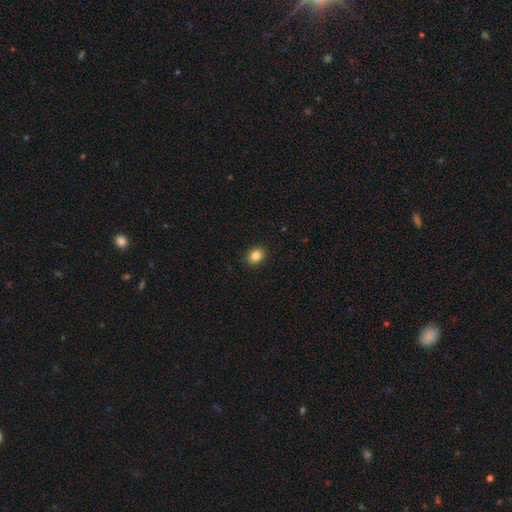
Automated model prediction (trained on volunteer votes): smooth_or_featured: smooth (p=0.85) [alt: star or artifact p=0.10]
how_rounded: round (p=0.50) [alt: in between p=0.49]
merging: none (p=0.91) [alt: minor disturbance p=0.06]